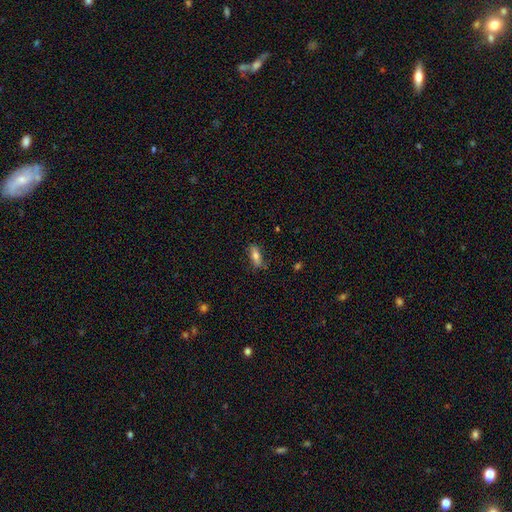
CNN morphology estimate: type=smooth (69%); roundness=in between (62%); merging=none (79%).